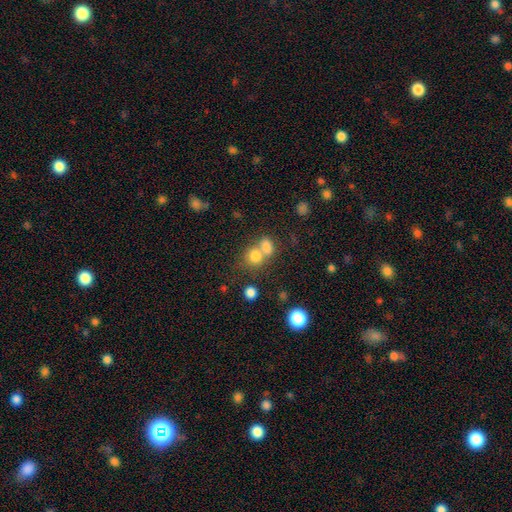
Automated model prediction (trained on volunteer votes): Smooth or featured: smooth — 77% (star or artifact — 13%)
How rounded: round — 67% (in between — 32%)
Merging: merger — 54% (none — 36%)